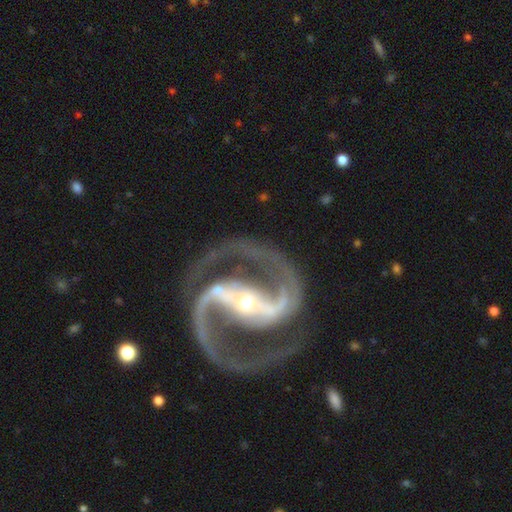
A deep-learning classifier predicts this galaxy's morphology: Q: Smooth or featured?
A: featured or disk (95%); runner-up: star or artifact (4%)
Q: Edge-on disk?
A: no (98%); runner-up: yes (2%)
Q: Bar?
A: strong (75%); runner-up: weak (16%)
Q: Spiral arms?
A: yes (99%); runner-up: no (1%)
Q: Spiral winding?
A: medium (66%); runner-up: tight (22%)
Q: Spiral arm count?
A: 2 (95%); runner-up: 3 (1%)
Q: Bulge size?
A: small (69%); runner-up: moderate (26%)
Q: Merging?
A: none (82%); runner-up: minor disturbance (11%)